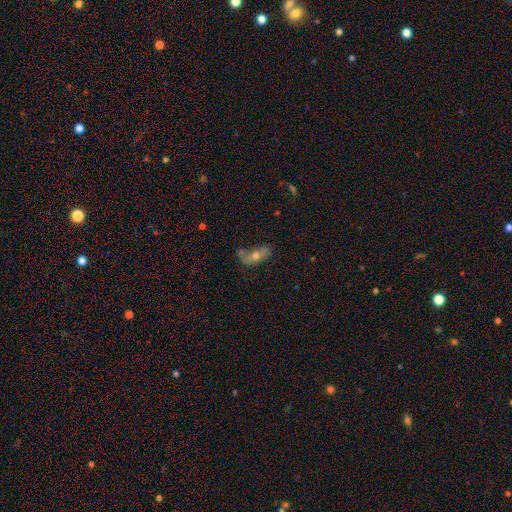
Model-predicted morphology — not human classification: Smooth or featured? Predicted: featured or disk (p=0.46). Merging? Predicted: none (p=0.40).